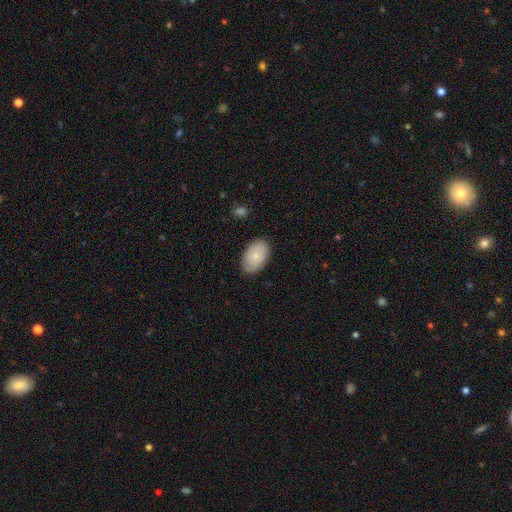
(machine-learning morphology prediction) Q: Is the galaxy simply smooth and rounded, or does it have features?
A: smooth — 82%.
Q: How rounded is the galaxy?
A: in between — 92%.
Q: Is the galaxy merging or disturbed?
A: none — 86%.